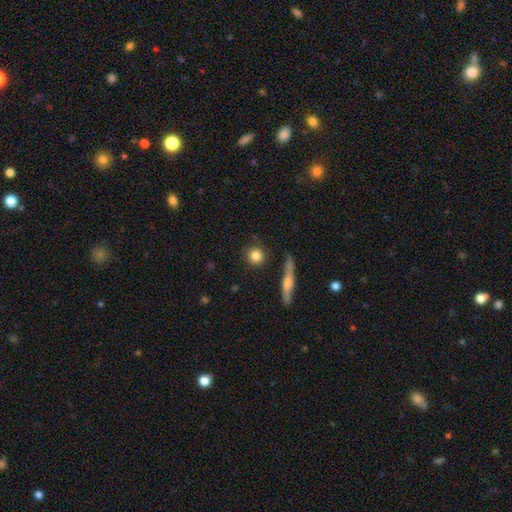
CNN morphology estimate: Smooth or featured?
  - smooth: 83% *
  - featured or disk: 9%
  - star or artifact: 8%
How rounded?
  - round: 89% *
  - in between: 8%
  - cigar-shaped: 3%
Merging?
  - none: 83% *
  - minor disturbance: 10%
  - merger: 4%
  - major disturbance: 3%